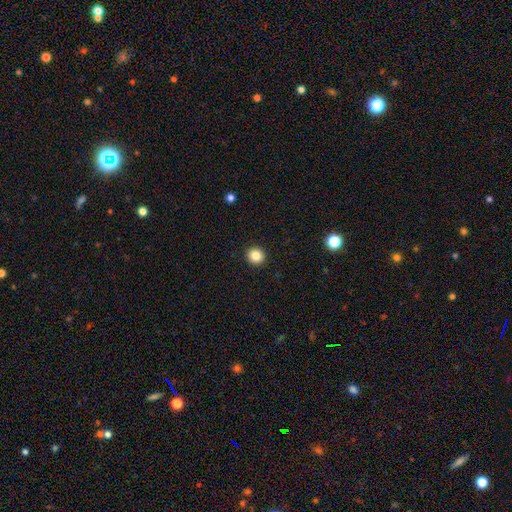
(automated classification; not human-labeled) A smooth galaxy with no disk features (84%) that is round (92%).

Vote fractions:
- Smooth or featured? smooth: 84% / star or artifact: 11% / featured or disk: 5%
- How rounded? round: 92% / in between: 7% / cigar-shaped: 1%
- Merging? none: 93% / minor disturbance: 4% / major disturbance: 2% / merger: 1%